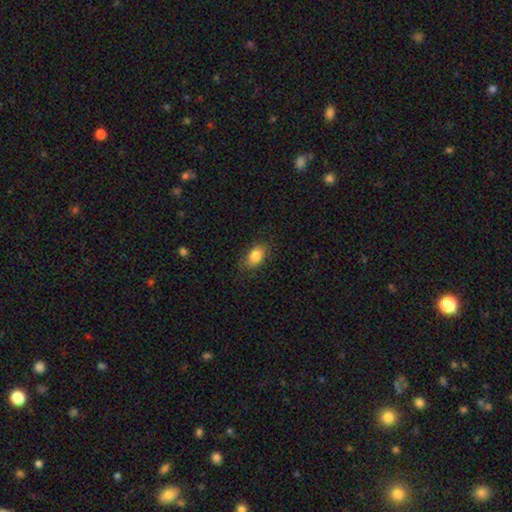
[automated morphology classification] The model was most divided on "merging": none: 79%, minor disturbance: 16%, major disturbance: 4%, merger: 1%. More confident: how rounded — in between (85%); smooth or featured — smooth (84%).